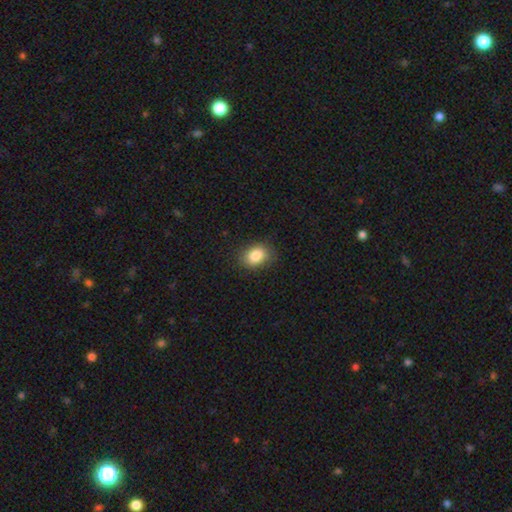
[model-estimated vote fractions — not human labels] Smooth or featured? smooth (85%)
How rounded? in between (64%)
Merging? none (84%)